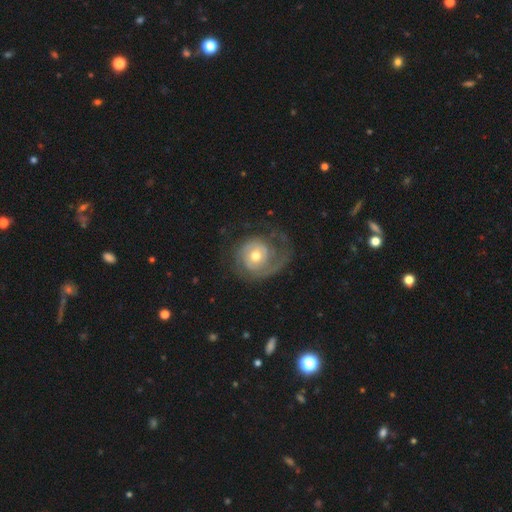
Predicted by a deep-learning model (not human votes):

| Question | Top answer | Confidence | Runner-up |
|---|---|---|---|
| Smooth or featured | featured or disk | 75% | smooth (19%) |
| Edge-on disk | no | 98% | yes (2%) |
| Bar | no | 75% | weak (21%) |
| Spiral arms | yes | 87% | no (13%) |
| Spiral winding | tight | 51% | medium (31%) |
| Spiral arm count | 1 | 51% | 2 (28%) |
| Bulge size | moderate | 70% | small (21%) |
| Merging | none | 53% | major disturbance (27%) |